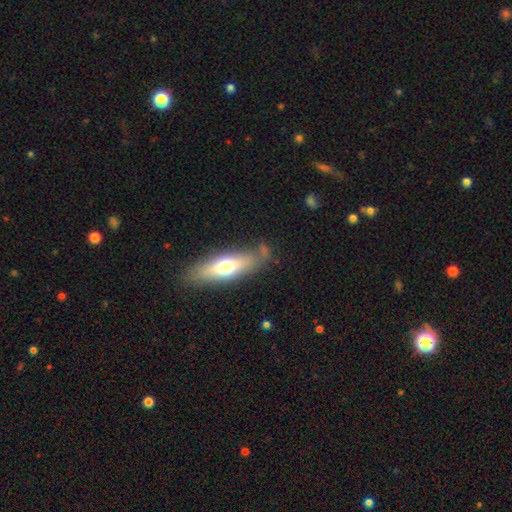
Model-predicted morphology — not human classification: Q: Smooth or featured?
A: smooth (59%); runner-up: featured or disk (35%)
Q: How rounded?
A: cigar-shaped (55%); runner-up: in between (42%)
Q: Merging?
A: none (77%); runner-up: minor disturbance (15%)